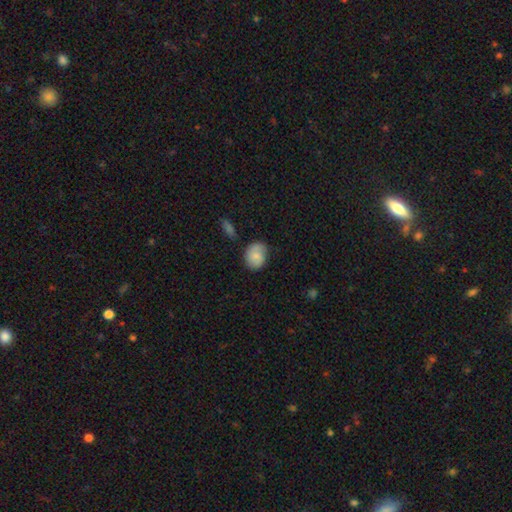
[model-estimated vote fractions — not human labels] Smooth or featured? Predicted: smooth (p=0.74). How rounded? Predicted: round (p=0.53). Merging? Predicted: none (p=0.70).